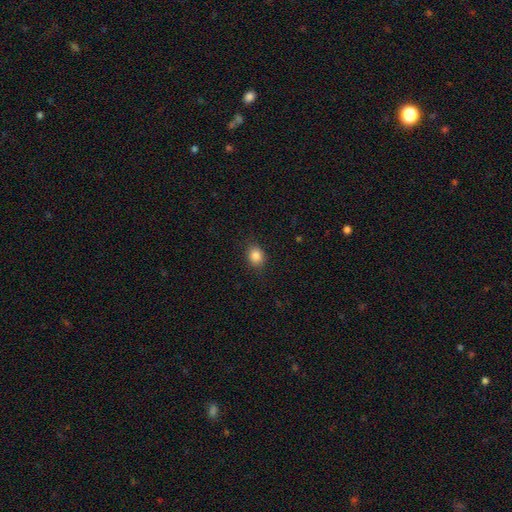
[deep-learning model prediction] Q: Smooth or featured?
A: smooth (86%); runner-up: star or artifact (10%)
Q: How rounded?
A: round (54%); runner-up: in between (45%)
Q: Merging?
A: none (86%); runner-up: minor disturbance (10%)